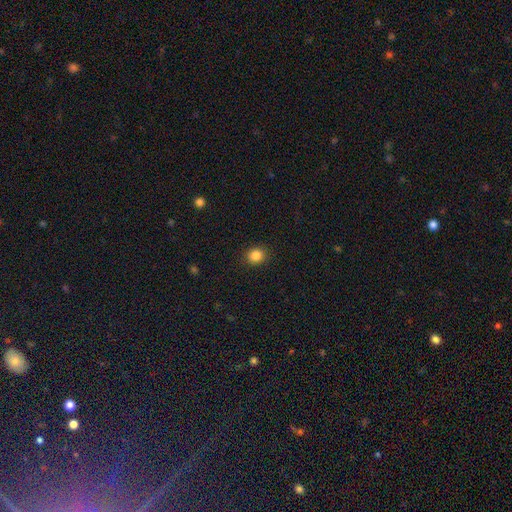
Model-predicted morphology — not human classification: A smooth galaxy with no disk features (85%) that is round (78%).

Vote fractions:
- Smooth or featured? smooth: 85% / star or artifact: 11% / featured or disk: 4%
- How rounded? round: 78% / in between: 21% / cigar-shaped: 1%
- Merging? none: 91% / minor disturbance: 6% / major disturbance: 2% / merger: 1%